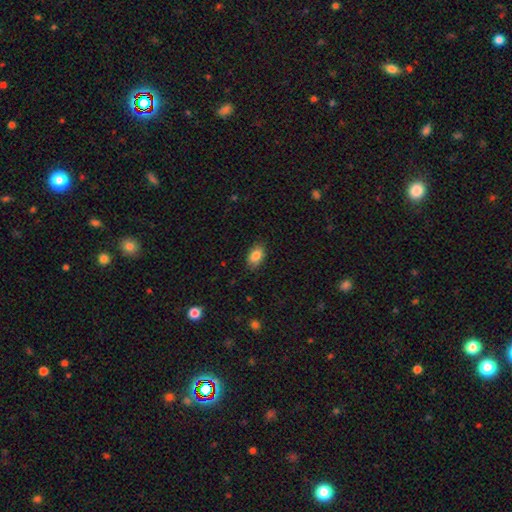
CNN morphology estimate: smooth-or-featured: smooth: 87% | star or artifact: 8% | featured or disk: 5%
  how-rounded: in between: 91% | round: 7% | cigar-shaped: 2%
  merging: none: 84% | minor disturbance: 12% | major disturbance: 3% | merger: 1%